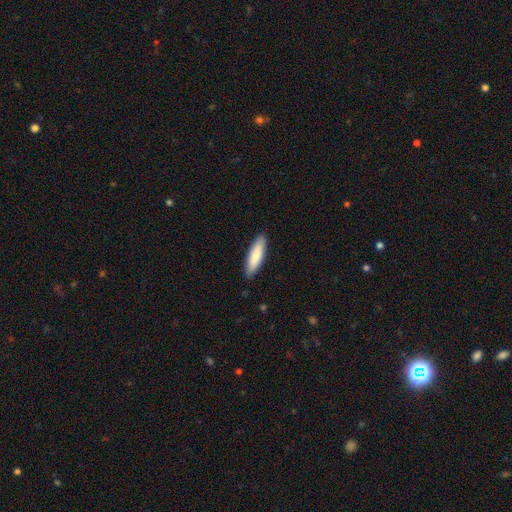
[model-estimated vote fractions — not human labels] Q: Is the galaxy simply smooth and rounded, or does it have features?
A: smooth — 85%.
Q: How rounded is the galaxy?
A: cigar-shaped — 63%.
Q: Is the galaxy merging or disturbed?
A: none — 89%.